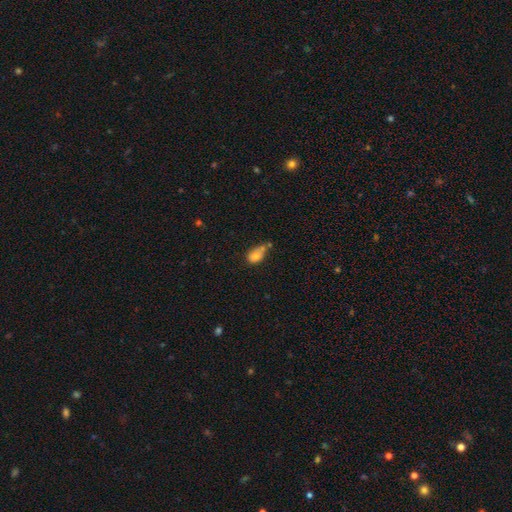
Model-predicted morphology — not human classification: Smooth or featured? smooth (75%)
How rounded? in between (85%)
Merging? none (32%)